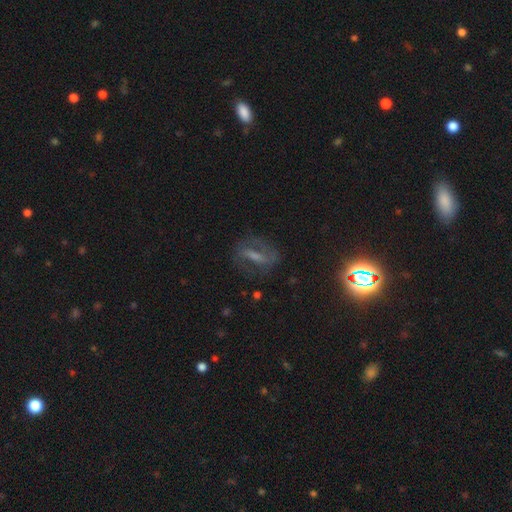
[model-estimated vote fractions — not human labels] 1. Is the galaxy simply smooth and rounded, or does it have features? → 62% featured or disk, 19% smooth, 18% star or artifact.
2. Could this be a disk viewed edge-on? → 89% no, 11% yes.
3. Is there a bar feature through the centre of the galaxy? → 52% strong, 33% weak, 15% no.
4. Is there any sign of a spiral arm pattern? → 79% yes, 21% no.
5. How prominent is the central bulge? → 33% small, 31% moderate, 26% none, 8% large, 2% dominant.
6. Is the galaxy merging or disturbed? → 72% none, 15% minor disturbance, 11% major disturbance, 2% merger.